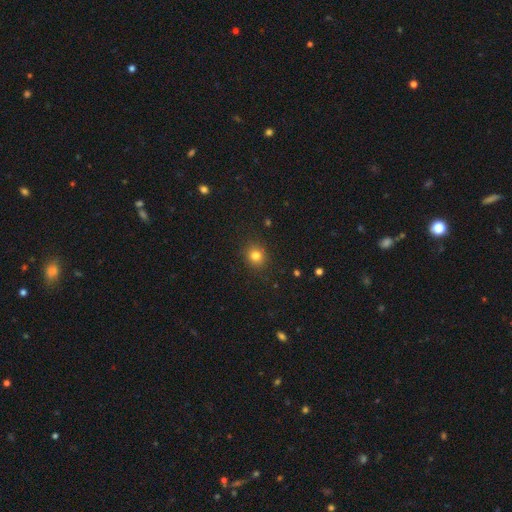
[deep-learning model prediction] smooth_or_featured: smooth (p=0.81) [alt: star or artifact p=0.13]
how_rounded: round (p=0.80) [alt: in between p=0.19]
merging: none (p=0.90) [alt: minor disturbance p=0.07]